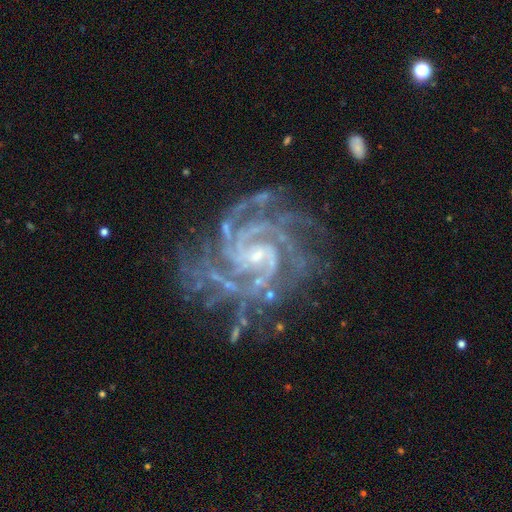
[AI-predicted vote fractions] A featured or disk galaxy (93%) with no bar (46%), 4 (24%) tight (66%) spiral arms (99%) and a small central bulge (78%).

Vote fractions:
- Smooth or featured? featured or disk: 93% / star or artifact: 5% / smooth: 2%
- Edge-on disk? no: 98% / yes: 2%
- Bar? no: 46% / weak: 38% / strong: 15%
- Spiral arms? yes: 99% / no: 1%
- Spiral winding? tight: 66% / medium: 31% / loose: 3%
- Spiral arm count? 4: 24% / 3: 21% / 2: 17% / more than 4: 16% / can't tell: 13% / 1: 9%
- Bulge size? small: 78% / moderate: 15% / none: 5% / large: 1% / dominant: 1%
- Merging? none: 70% / minor disturbance: 18% / major disturbance: 10% / merger: 2%